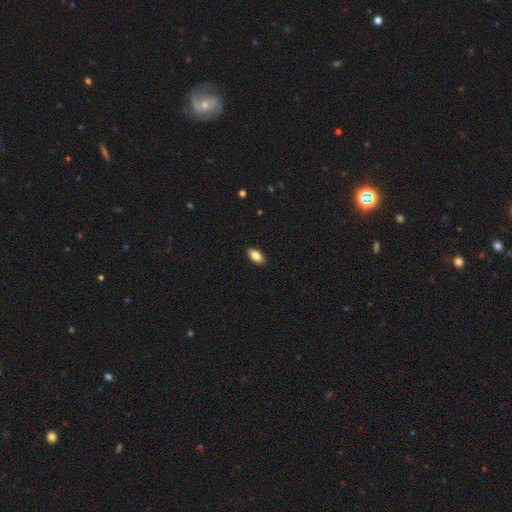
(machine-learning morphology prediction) smooth_or_featured: smooth (p=0.85) [alt: featured or disk p=0.08]
how_rounded: in between (p=0.91) [alt: cigar-shaped p=0.05]
merging: none (p=0.89) [alt: minor disturbance p=0.08]